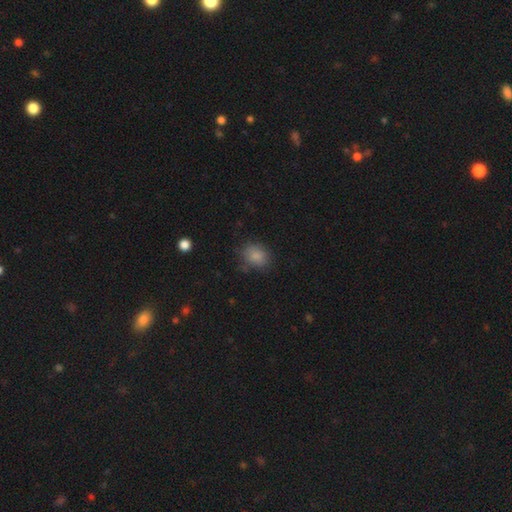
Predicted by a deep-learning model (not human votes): Smooth or featured? Predicted: smooth (p=0.83). How rounded? Predicted: round (p=0.50). Merging? Predicted: none (p=0.70).